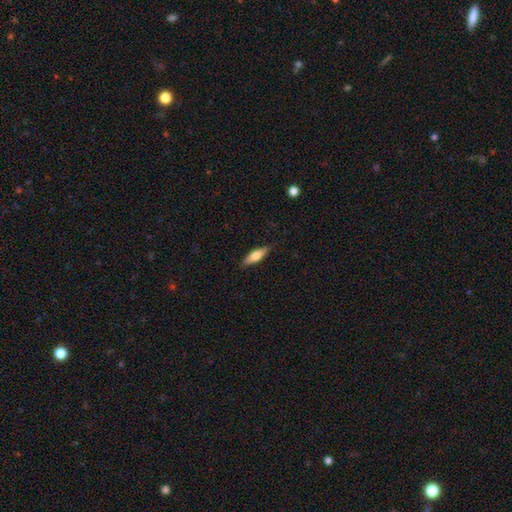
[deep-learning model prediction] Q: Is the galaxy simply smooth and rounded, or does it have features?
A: smooth — 66%.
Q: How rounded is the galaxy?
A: cigar-shaped — 54%.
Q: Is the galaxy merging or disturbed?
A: none — 85%.